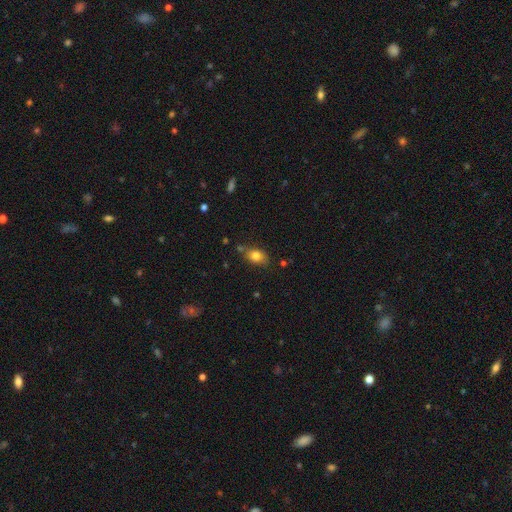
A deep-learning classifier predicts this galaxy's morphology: This is clearly a smooth galaxy (81%). How rounded: likely in between (74%). Merging: likely none (71%).